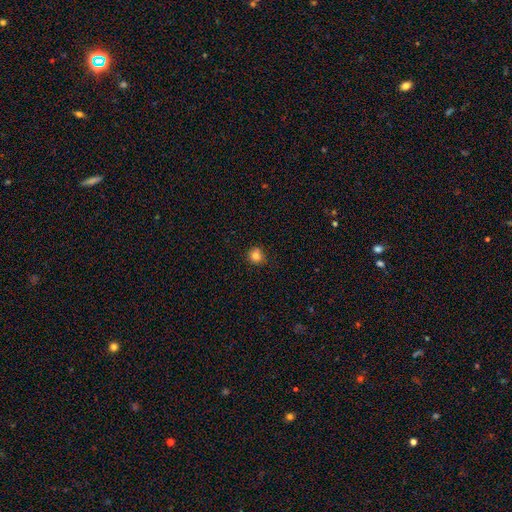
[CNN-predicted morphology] This appears to be a smooth galaxy with no disk features (83%) that is round (88%). Merging: none (81%).